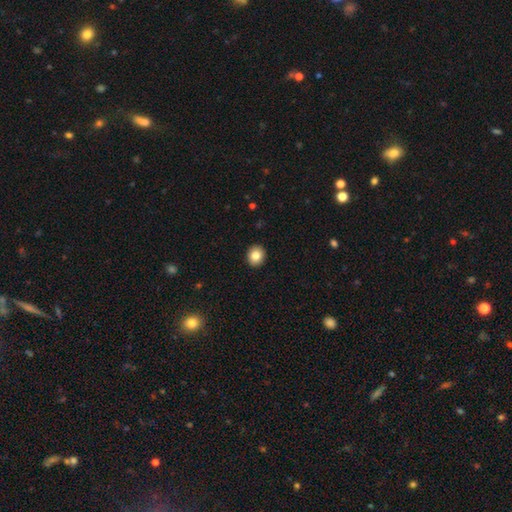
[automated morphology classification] A smooth galaxy with no disk features (83%) that is round (75%).

Vote fractions:
- Smooth or featured? smooth: 83% / star or artifact: 9% / featured or disk: 8%
- How rounded? round: 75% / in between: 24% / cigar-shaped: 1%
- Merging? none: 92% / minor disturbance: 5% / major disturbance: 1% / merger: 1%